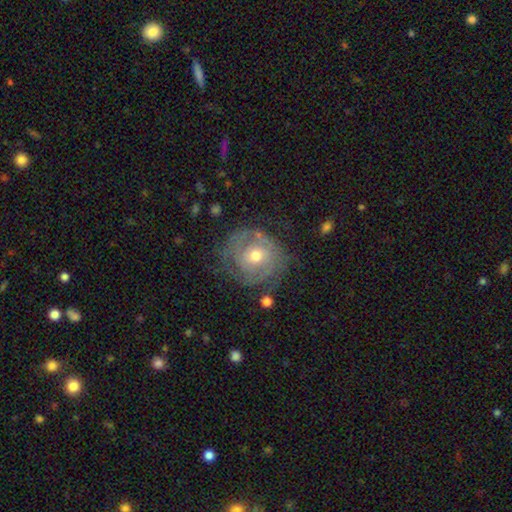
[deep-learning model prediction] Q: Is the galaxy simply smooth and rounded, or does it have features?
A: featured or disk — 69%.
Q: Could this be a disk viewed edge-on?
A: no — 96%.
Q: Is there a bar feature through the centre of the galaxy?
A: no — 75%.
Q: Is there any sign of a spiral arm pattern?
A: yes — 75%.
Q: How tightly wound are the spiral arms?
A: tight — 68%.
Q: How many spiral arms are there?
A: can't tell — 47%.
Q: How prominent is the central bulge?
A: moderate — 67%.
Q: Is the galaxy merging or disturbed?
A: none — 69%.